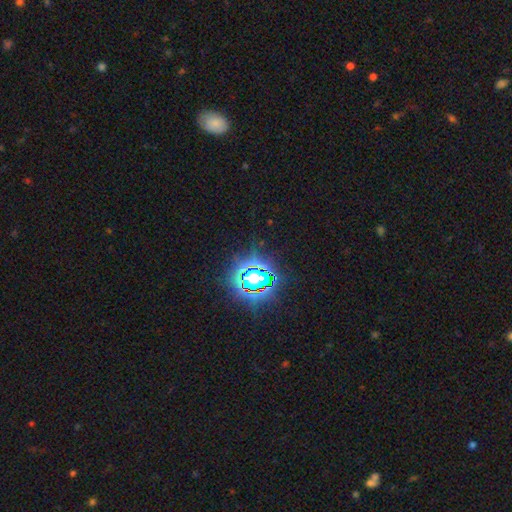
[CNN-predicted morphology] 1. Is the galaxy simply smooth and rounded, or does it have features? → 77% star or artifact, 14% smooth, 9% featured or disk.